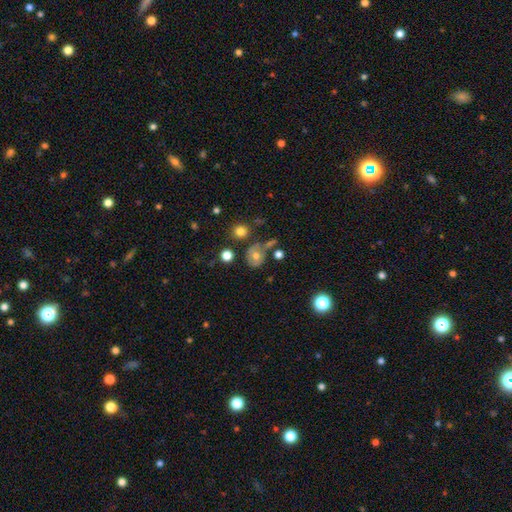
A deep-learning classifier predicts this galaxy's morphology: This appears to be a smooth galaxy with no disk features (58%) that is round (65%). Merging: none (50%).